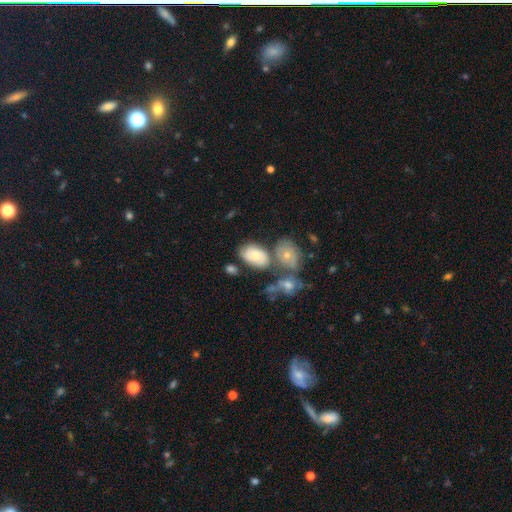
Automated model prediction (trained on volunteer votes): Q: Smooth or featured?
A: smooth (52%); runner-up: featured or disk (39%)
Q: How rounded?
A: in between (86%); runner-up: round (12%)
Q: Merging?
A: none (46%); runner-up: merger (27%)